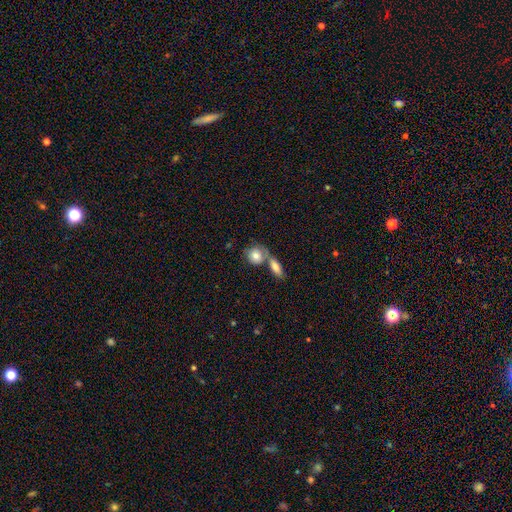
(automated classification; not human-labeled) Smooth or featured? Predicted: smooth (p=0.77). How rounded? Predicted: round (p=0.67). Merging? Predicted: merger (p=0.45).